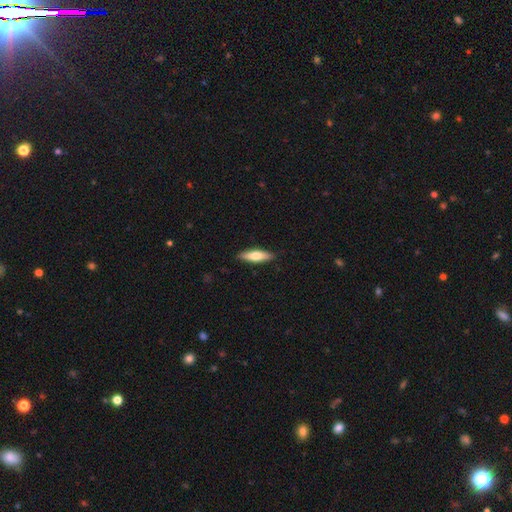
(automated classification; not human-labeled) Overall: smooth (66%; featured or disk 29%). How rounded: cigar-shaped (60%; in between 38%). Merging: none (88%).